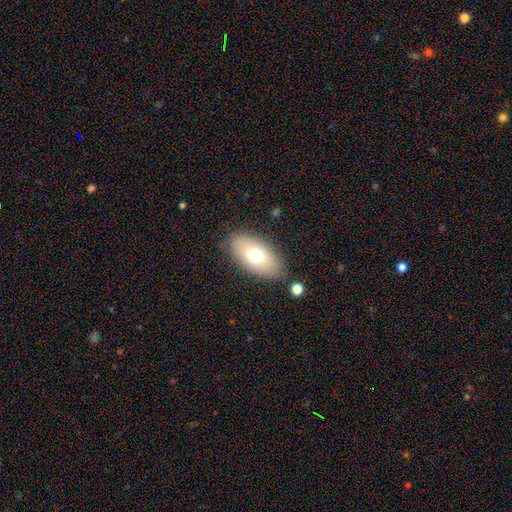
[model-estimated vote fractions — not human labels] A smooth galaxy with no disk features (70%) that is in between round and cigar-shaped (92%).

Vote fractions:
- Smooth or featured? smooth: 70% / featured or disk: 22% / star or artifact: 8%
- How rounded? in between: 92% / round: 4% / cigar-shaped: 4%
- Merging? none: 83% / minor disturbance: 11% / major disturbance: 4% / merger: 2%